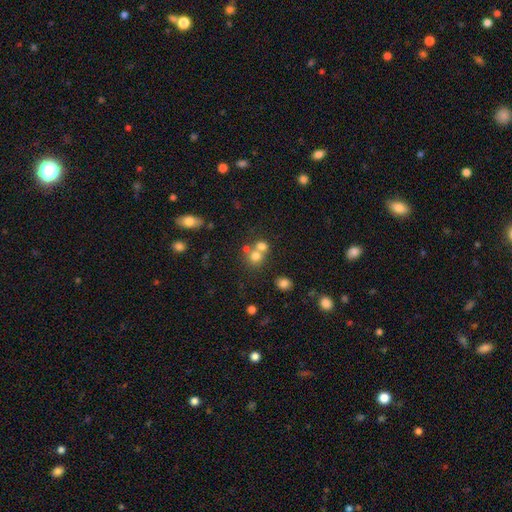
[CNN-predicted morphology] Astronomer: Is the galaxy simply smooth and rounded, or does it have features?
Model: smooth — 71%.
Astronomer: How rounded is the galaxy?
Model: round — 82%.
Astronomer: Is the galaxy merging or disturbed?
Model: merger — 49% (runner-up: none, 41%).